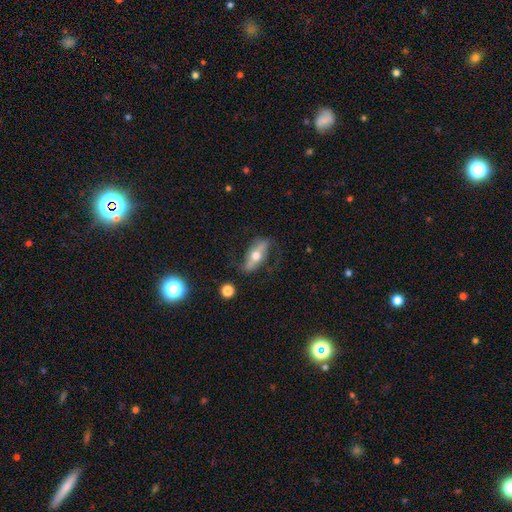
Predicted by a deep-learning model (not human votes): A featured or disk galaxy (58%). Merging: none (66%).